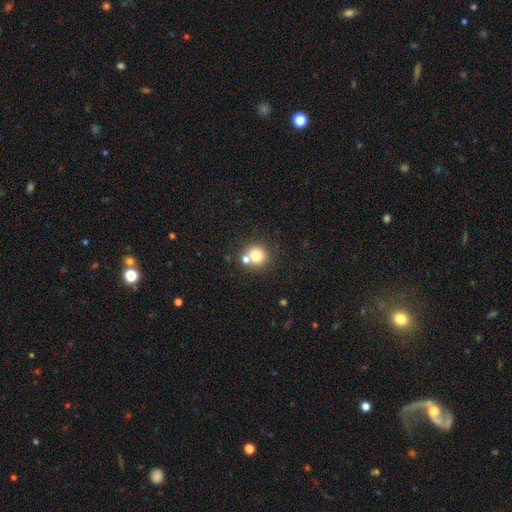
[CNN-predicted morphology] A smooth galaxy with no disk features (76%) that is round (91%). Merging: none (62%).